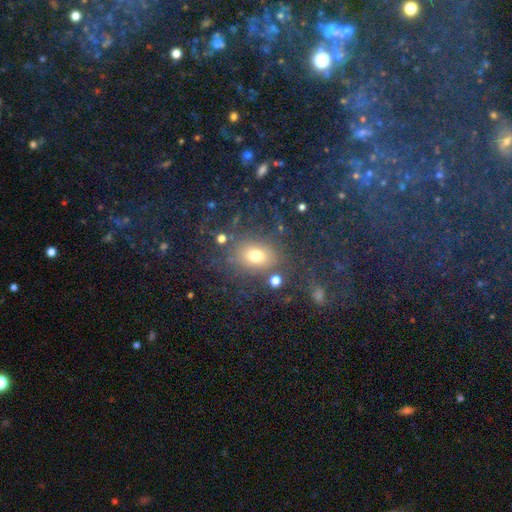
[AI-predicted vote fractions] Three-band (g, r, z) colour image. It shows a smooth galaxy with no disk features (49%). Merging: none (65%).